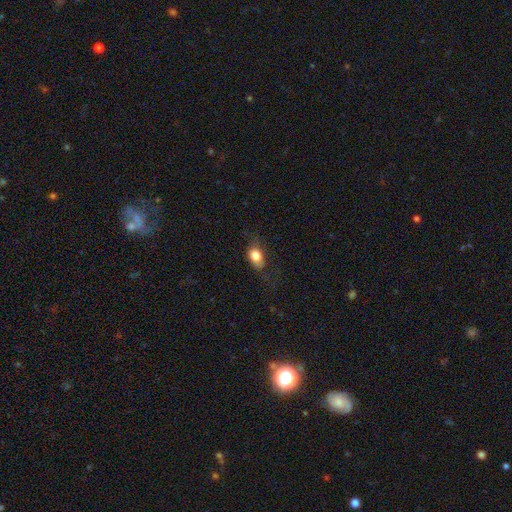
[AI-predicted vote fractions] Smooth or featured? smooth (81%)
How rounded? in between (77%)
Merging? none (60%)